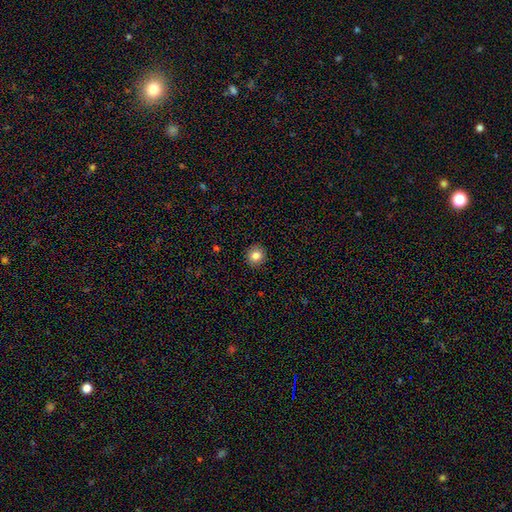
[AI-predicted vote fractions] Smooth or featured? Predicted: smooth (p=0.83). How rounded? Predicted: round (p=0.92). Merging? Predicted: none (p=0.92).